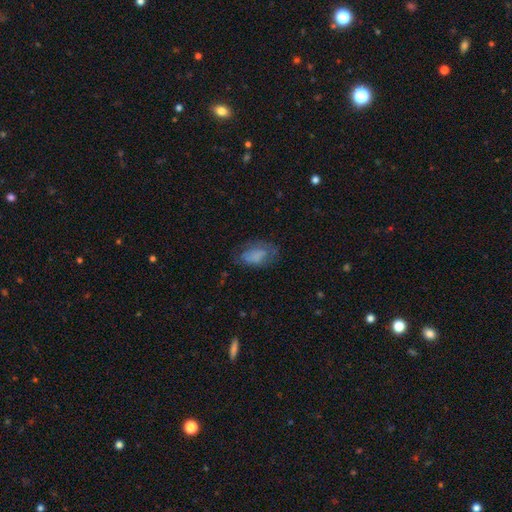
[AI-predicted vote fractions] This appears to be a smooth galaxy with no disk features (68%) that is in between round and cigar-shaped (90%). Merging: none (57%).